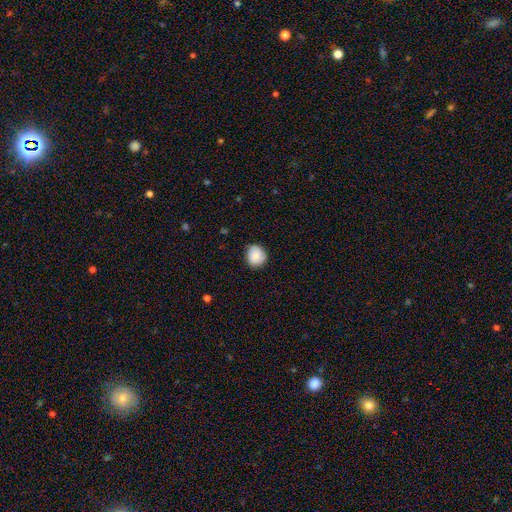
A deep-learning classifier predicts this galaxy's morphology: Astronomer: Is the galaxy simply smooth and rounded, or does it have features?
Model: smooth — 84%.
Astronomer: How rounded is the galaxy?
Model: round — 81%.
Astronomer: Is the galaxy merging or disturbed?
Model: none — 82%.